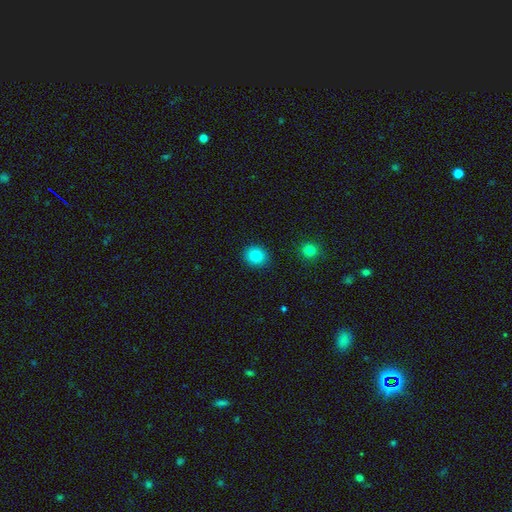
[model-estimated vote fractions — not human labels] Smooth or featured? smooth (84%)
How rounded? round (80%)
Merging? none (91%)